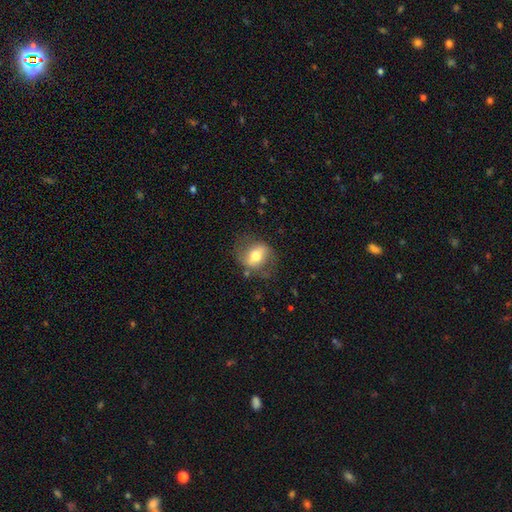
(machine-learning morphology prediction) smooth_or_featured: featured or disk (p=0.48) [alt: smooth p=0.45]
merging: none (p=0.69) [alt: minor disturbance p=0.19]